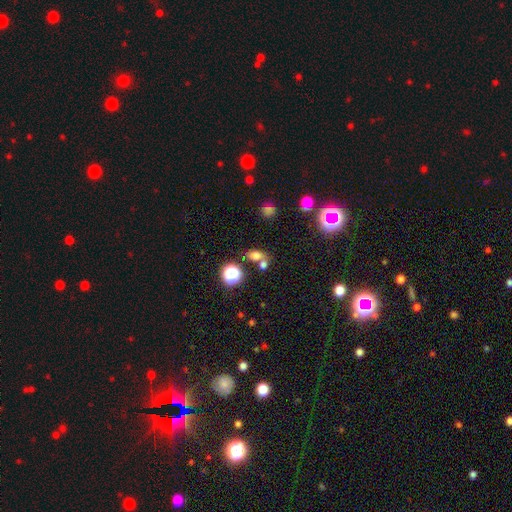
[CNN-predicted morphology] smooth-or-featured: smooth: 69% | star or artifact: 21% | featured or disk: 11%
  how-rounded: in between: 65% | round: 32% | cigar-shaped: 4%
  merging: none: 50% | merger: 35% | minor disturbance: 11% | major disturbance: 5%